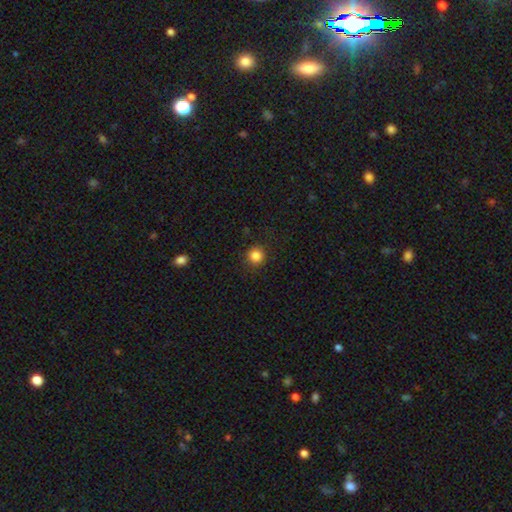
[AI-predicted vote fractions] smooth-or-featured: smooth: 84% | star or artifact: 11% | featured or disk: 4%
  how-rounded: round: 94% | in between: 5% | cigar-shaped: 1%
  merging: none: 90% | minor disturbance: 6% | major disturbance: 2% | merger: 1%